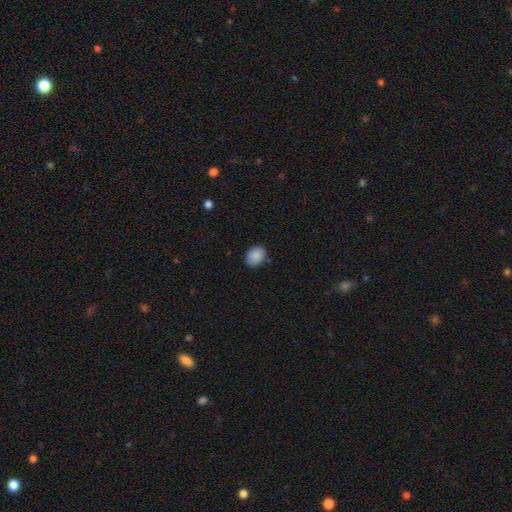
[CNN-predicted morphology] Overall: smooth (88%). How rounded: in between (67%; round 32%). Merging: none (83%).